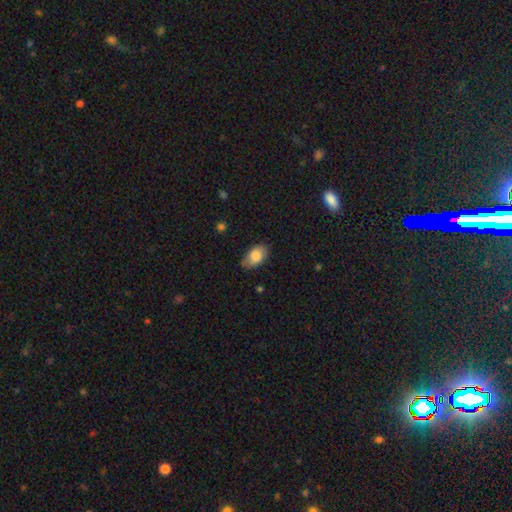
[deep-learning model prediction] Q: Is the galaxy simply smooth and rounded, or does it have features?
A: smooth — 82%.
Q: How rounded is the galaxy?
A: in between — 93%.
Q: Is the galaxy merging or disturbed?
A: none — 78%.